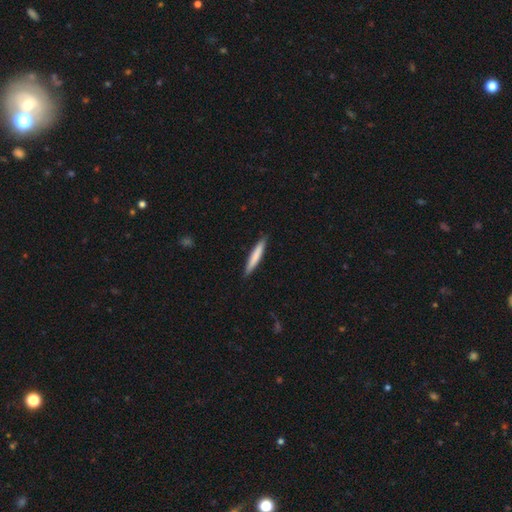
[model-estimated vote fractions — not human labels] smooth 76%, featured or disk 19%, star or artifact 5%. Down the decision tree: how rounded — cigar-shaped (94%); merging — none (89%).